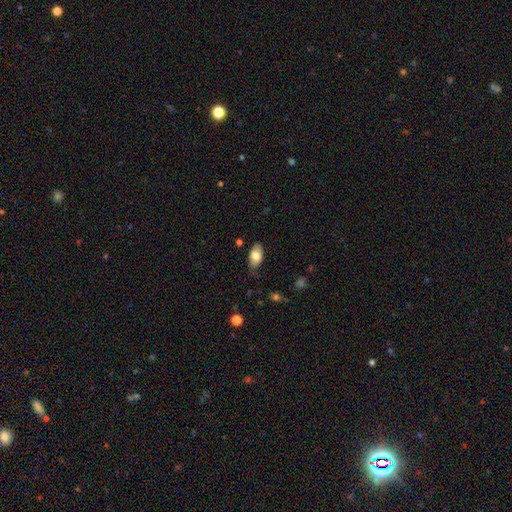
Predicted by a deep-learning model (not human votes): smooth-or-featured: smooth: 75% | featured or disk: 18% | star or artifact: 7%
  how-rounded: in between: 93% | round: 4% | cigar-shaped: 3%
  merging: none: 72% | minor disturbance: 22% | major disturbance: 5% | merger: 1%